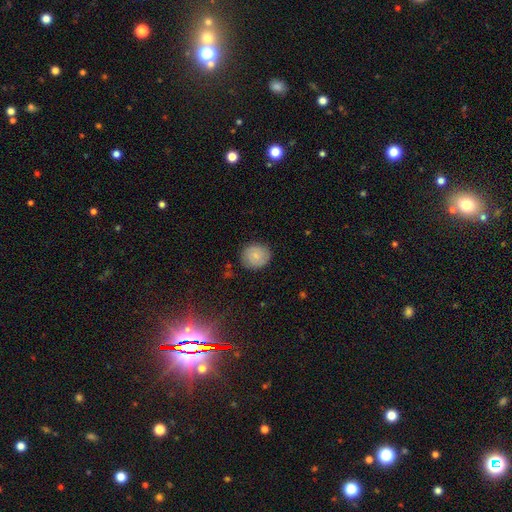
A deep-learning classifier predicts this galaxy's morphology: smooth-or-featured: smooth: 79% | featured or disk: 13% | star or artifact: 7%
  how-rounded: round: 83% | in between: 16% | cigar-shaped: 1%
  merging: none: 86% | minor disturbance: 10% | major disturbance: 2% | merger: 1%